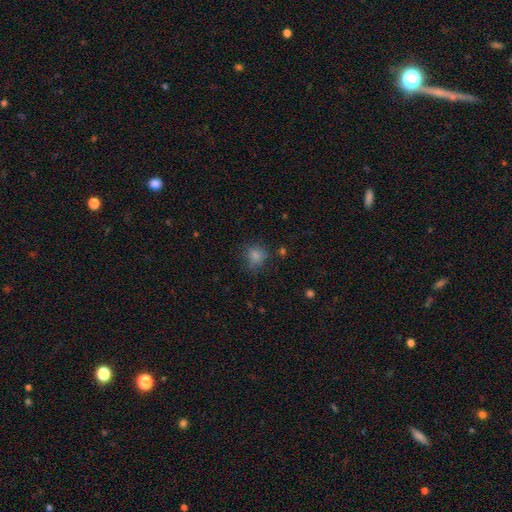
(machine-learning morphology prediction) smooth-or-featured: smooth: 79% | star or artifact: 14% | featured or disk: 7%
  how-rounded: round: 69% | in between: 30% | cigar-shaped: 1%
  merging: none: 68% | minor disturbance: 21% | major disturbance: 8% | merger: 3%